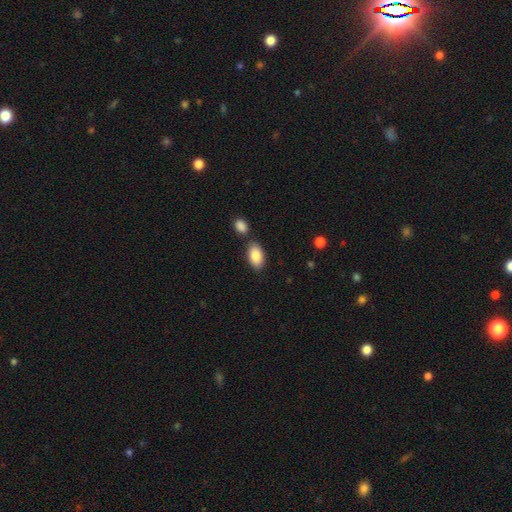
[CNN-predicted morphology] A smooth galaxy with no disk features (86%) that is in between round and cigar-shaped (94%).

Vote fractions:
- Smooth or featured? smooth: 86% / featured or disk: 8% / star or artifact: 6%
- How rounded? in between: 94% / round: 4% / cigar-shaped: 2%
- Merging? none: 75% / minor disturbance: 11% / merger: 11% / major disturbance: 3%